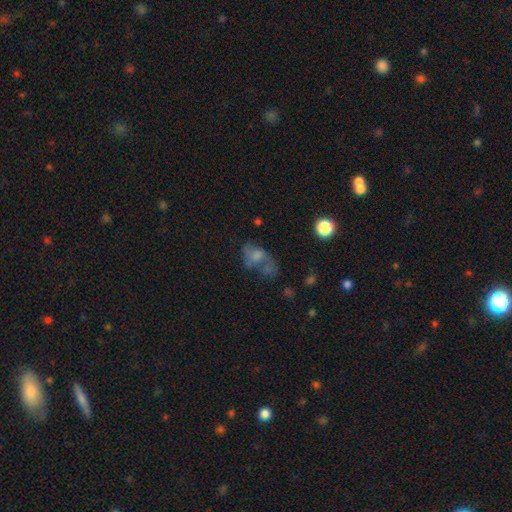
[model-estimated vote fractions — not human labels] featured or disk 46%, smooth 37%, star or artifact 17%. Down the decision tree: merging — none (36%).